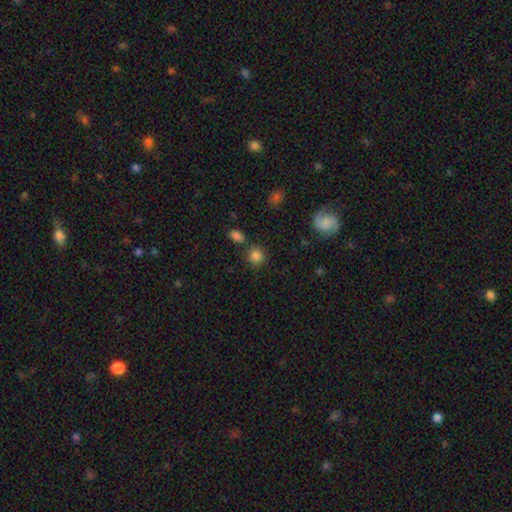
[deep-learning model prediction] A smooth galaxy with no disk features (84%) that is round (86%). Merging: none (73%).